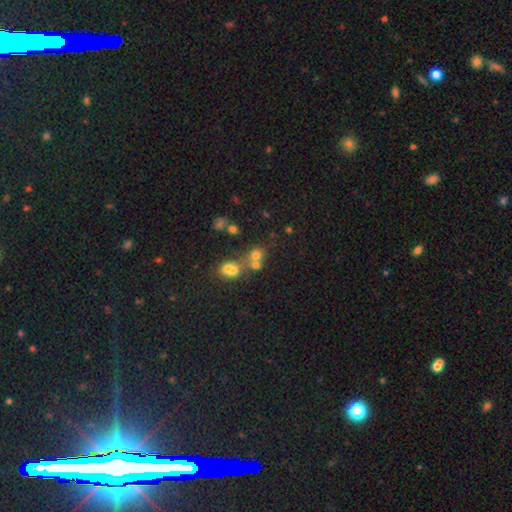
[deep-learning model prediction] Smooth or featured? smooth (65%)
How rounded? round (80%)
Merging? none (45%)